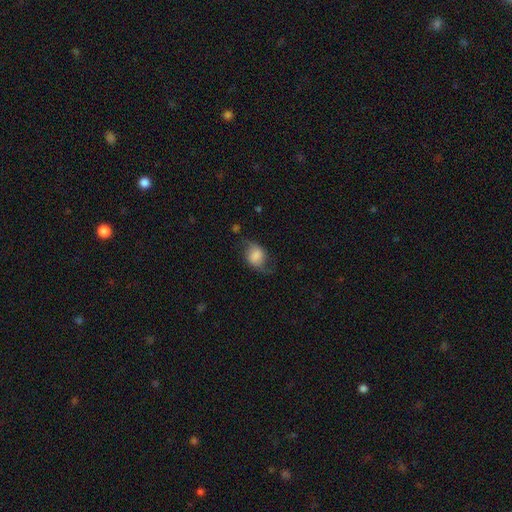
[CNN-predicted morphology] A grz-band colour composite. It shows a smooth galaxy with no disk features (47%). Merging: none (56%).